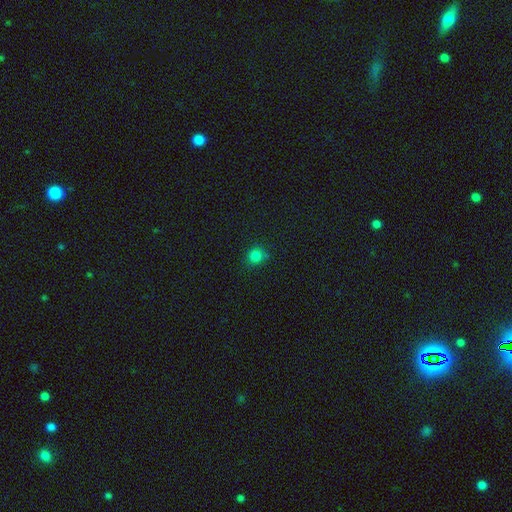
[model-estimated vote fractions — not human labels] Q: Smooth or featured?
A: smooth (81%); runner-up: star or artifact (15%)
Q: How rounded?
A: round (84%); runner-up: in between (15%)
Q: Merging?
A: none (80%); runner-up: minor disturbance (15%)